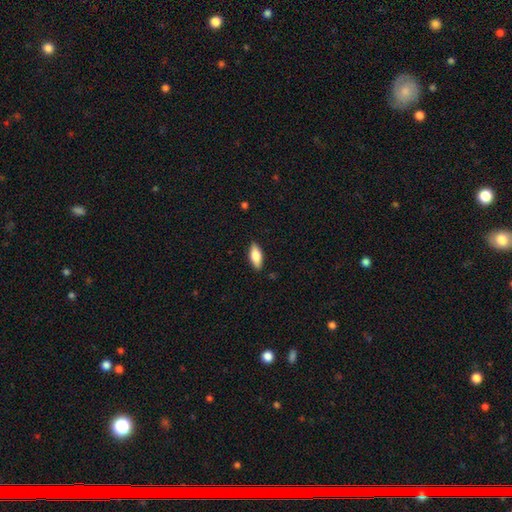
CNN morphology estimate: smooth_or_featured: smooth (p=0.76) [alt: featured or disk p=0.18]
how_rounded: in between (p=0.79) [alt: cigar-shaped p=0.18]
merging: none (p=0.87) [alt: minor disturbance p=0.10]